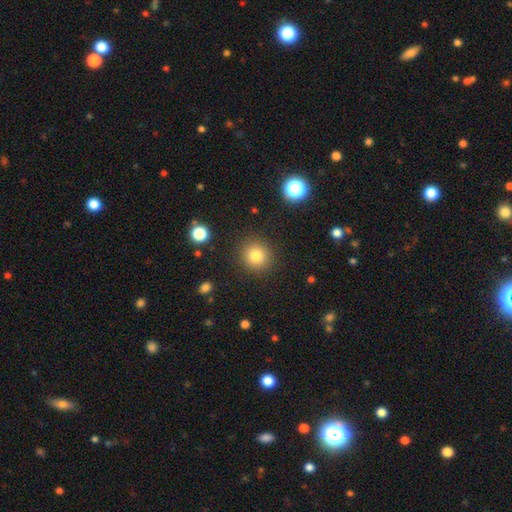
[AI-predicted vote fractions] This appears to be a smooth galaxy with no disk features (81%) that is round (91%). Merging: none (89%).